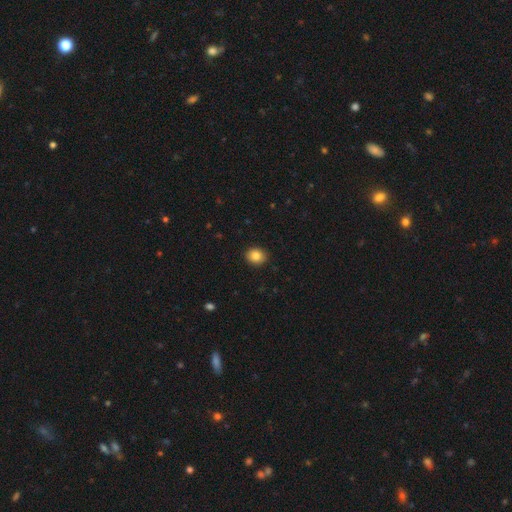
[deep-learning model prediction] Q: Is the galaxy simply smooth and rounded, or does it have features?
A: smooth — 85%.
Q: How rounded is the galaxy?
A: round — 68%.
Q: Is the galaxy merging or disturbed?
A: none — 91%.